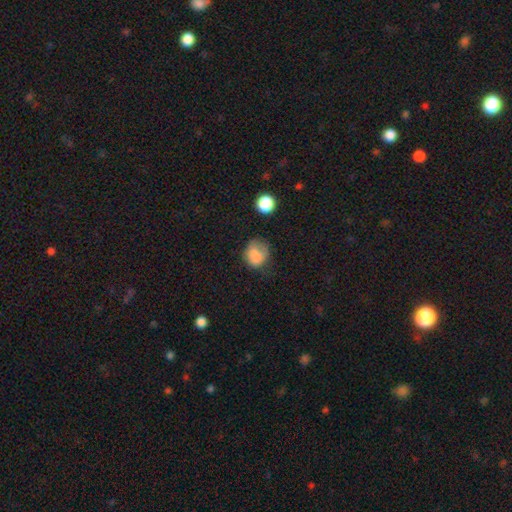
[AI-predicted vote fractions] Q: Smooth or featured?
A: smooth (79%); runner-up: star or artifact (11%)
Q: How rounded?
A: round (68%); runner-up: in between (31%)
Q: Merging?
A: none (44%); runner-up: minor disturbance (33%)